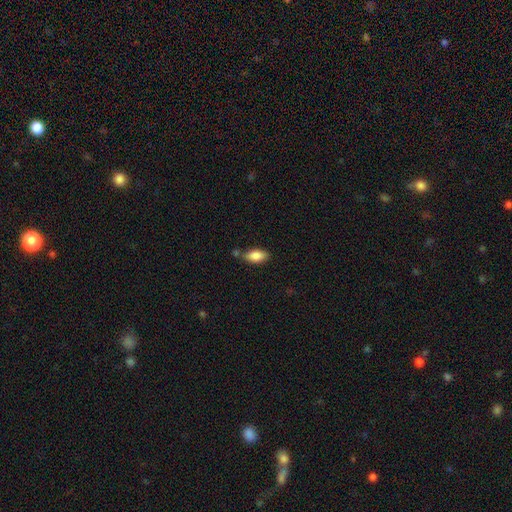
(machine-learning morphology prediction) This appears to be a smooth galaxy with no disk features (85%) that is in between round and cigar-shaped (89%). Merging: none (67%).